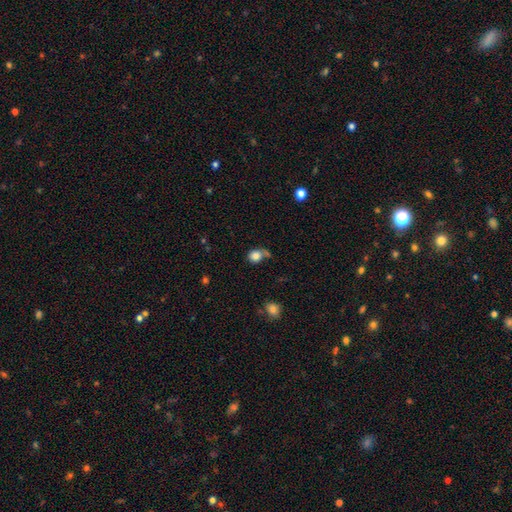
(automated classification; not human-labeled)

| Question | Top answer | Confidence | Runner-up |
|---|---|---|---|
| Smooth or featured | smooth | 82% | star or artifact (10%) |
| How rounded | round | 70% | in between (28%) |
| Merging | none | 47% | minor disturbance (23%) |